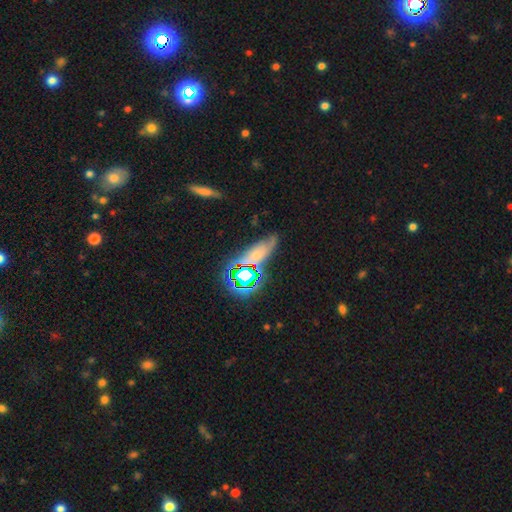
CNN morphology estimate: A smooth galaxy with no disk features (41%). Merging: none (59%).